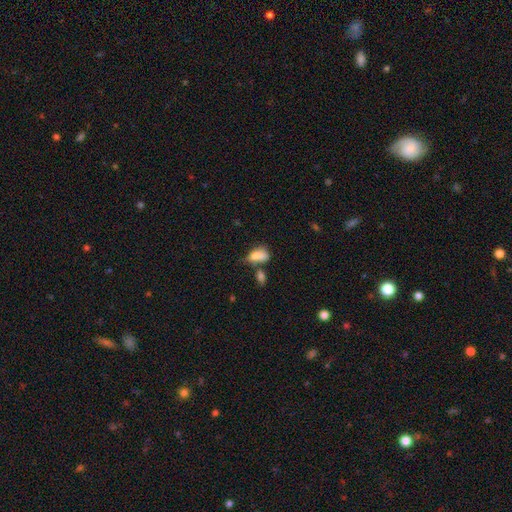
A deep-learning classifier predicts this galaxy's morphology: The model was most divided on "merging": merger: 39%, none: 31%, minor disturbance: 19%, major disturbance: 11%. More confident: how rounded — in between (84%); smooth or featured — smooth (75%).